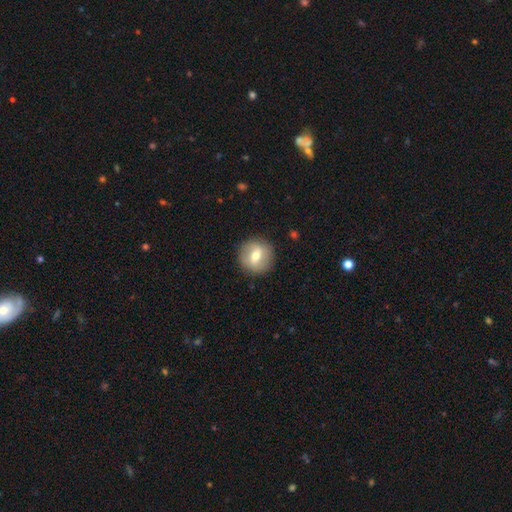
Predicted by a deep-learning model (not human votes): smooth 57%, featured or disk 35%, star or artifact 8%. Down the decision tree: how rounded — round (93%); merging — none (89%).